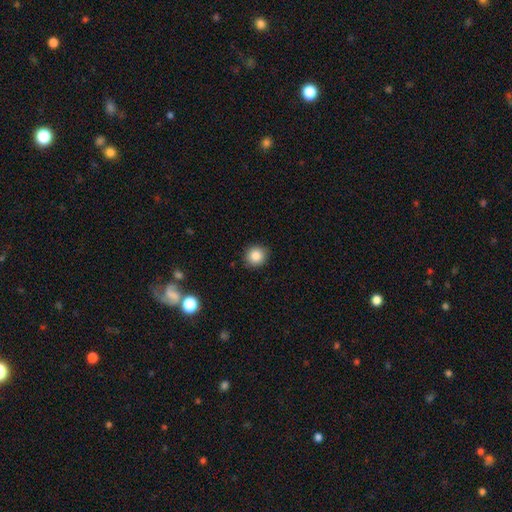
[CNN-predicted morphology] smooth_or_featured: smooth (p=0.86) [alt: star or artifact p=0.10]
how_rounded: round (p=0.90) [alt: in between p=0.09]
merging: none (p=0.90) [alt: minor disturbance p=0.07]